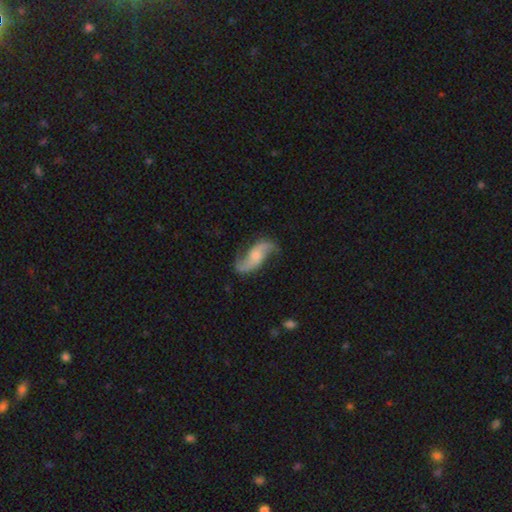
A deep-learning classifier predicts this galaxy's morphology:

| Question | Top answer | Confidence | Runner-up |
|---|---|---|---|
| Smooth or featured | featured or disk | 85% | smooth (10%) |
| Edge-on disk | no | 96% | yes (4%) |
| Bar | no | 53% | weak (38%) |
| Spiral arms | yes | 96% | no (4%) |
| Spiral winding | loose | 78% | medium (18%) |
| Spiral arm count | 2 | 93% | can't tell (2%) |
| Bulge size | moderate | 37% | tied: small (37%) |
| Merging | none | 76% | minor disturbance (15%) |